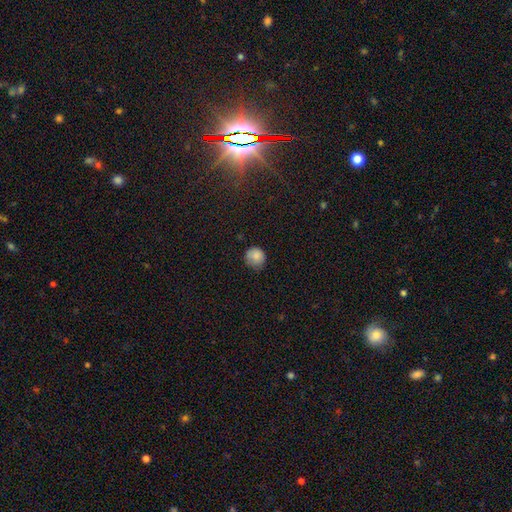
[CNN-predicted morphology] Smooth or featured?
  - smooth: 84% *
  - star or artifact: 9%
  - featured or disk: 6%
How rounded?
  - round: 89% *
  - in between: 10%
  - cigar-shaped: 1%
Merging?
  - none: 69% *
  - minor disturbance: 25%
  - major disturbance: 5%
  - merger: 1%